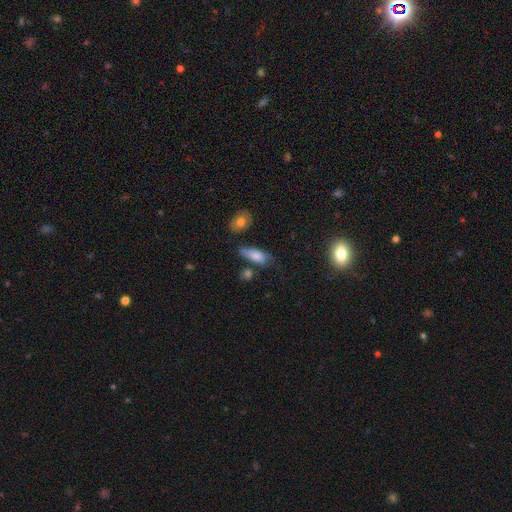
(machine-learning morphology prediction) Q: Smooth or featured?
A: smooth (77%); runner-up: featured or disk (15%)
Q: How rounded?
A: in between (76%); runner-up: cigar-shaped (21%)
Q: Merging?
A: none (52%); runner-up: minor disturbance (29%)